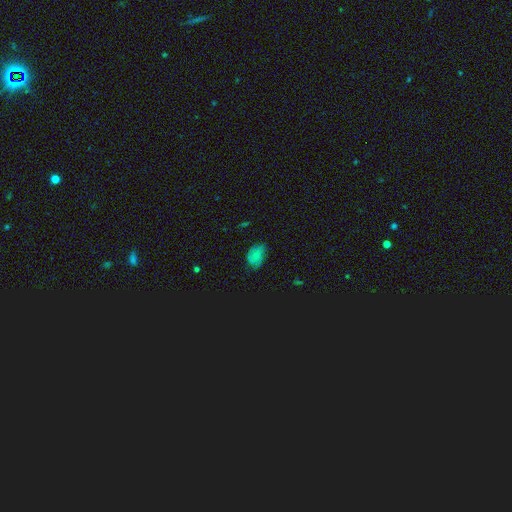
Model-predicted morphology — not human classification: smooth 61%, featured or disk 21%, star or artifact 19%. Down the decision tree: how rounded — in between (76%); merging — none (57%).